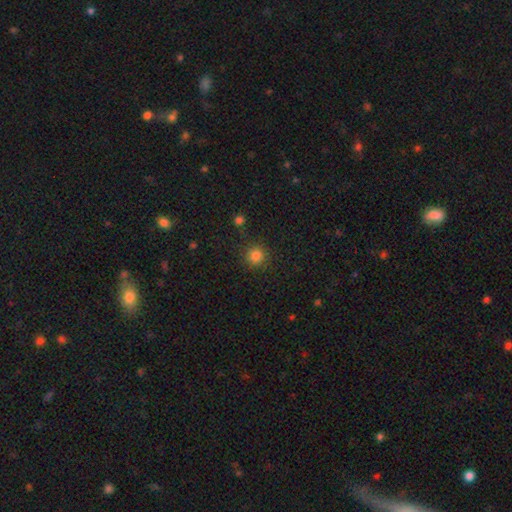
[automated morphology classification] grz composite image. It shows a smooth galaxy with no disk features (83%) that is round (94%). Merging: none (86%).